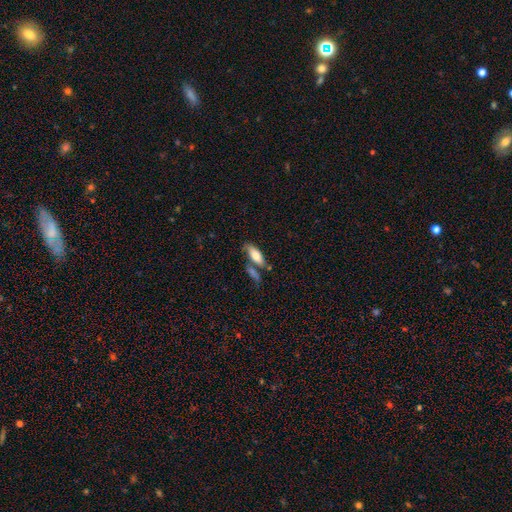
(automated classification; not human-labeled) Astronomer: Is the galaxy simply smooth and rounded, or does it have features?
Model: smooth — 71%.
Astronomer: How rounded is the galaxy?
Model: in between — 69%.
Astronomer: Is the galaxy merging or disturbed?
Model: none — 54%.